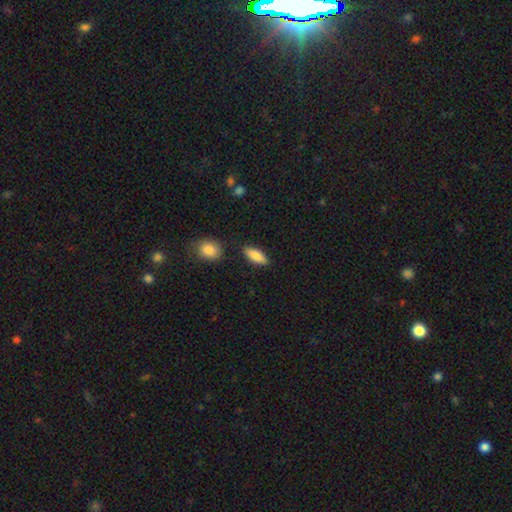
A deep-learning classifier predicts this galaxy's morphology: Smooth or featured: smooth — 83% (featured or disk — 11%)
How rounded: in between — 71% (cigar-shaped — 26%)
Merging: none — 84% (minor disturbance — 10%)